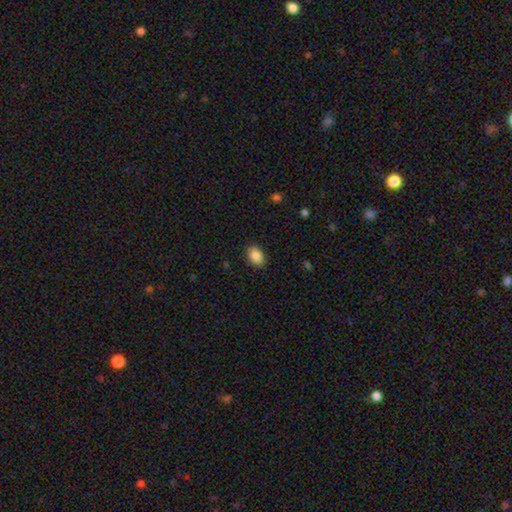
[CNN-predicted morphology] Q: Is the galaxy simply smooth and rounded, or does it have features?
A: smooth — 88%.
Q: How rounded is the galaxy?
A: in between — 86%.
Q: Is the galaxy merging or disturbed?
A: none — 88%.